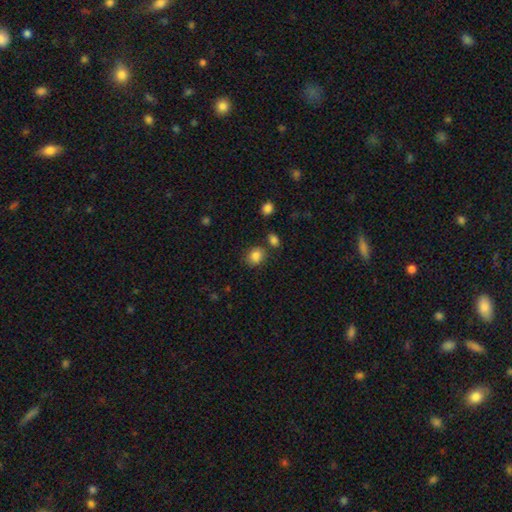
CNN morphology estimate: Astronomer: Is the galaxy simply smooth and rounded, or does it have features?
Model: smooth — 85%.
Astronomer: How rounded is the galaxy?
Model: round — 63%.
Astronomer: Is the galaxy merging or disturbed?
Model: none — 75%.